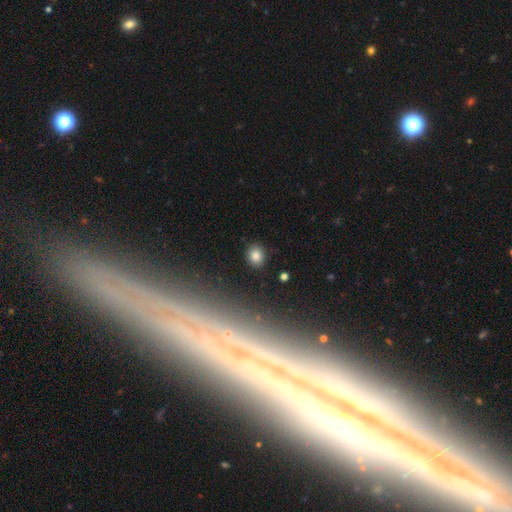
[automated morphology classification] smooth_or_featured: smooth (p=0.81) [alt: star or artifact p=0.11]
how_rounded: round (p=0.71) [alt: in between p=0.28]
merging: none (p=0.89) [alt: minor disturbance p=0.07]